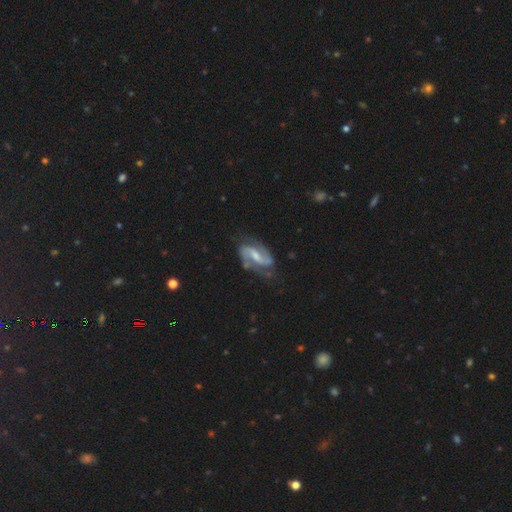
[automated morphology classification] A featured or disk galaxy (87%) with a weak bar (46%), 2 (92%) medium (51%) spiral arms (97%) and a small central bulge (43%).

Vote fractions:
- Smooth or featured? featured or disk: 87% / smooth: 8% / star or artifact: 5%
- Edge-on disk? no: 97% / yes: 3%
- Bar? weak: 46% / strong: 35% / no: 19%
- Spiral arms? yes: 97% / no: 3%
- Spiral winding? medium: 51% / loose: 29% / tight: 20%
- Spiral arm count? 2: 92% / can't tell: 3% / 1: 2% / 3: 1% / 4: 1% / more than 4: 1%
- Bulge size? small: 43% / moderate: 42% / none: 10% / large: 4% / dominant: 1%
- Merging? none: 69% / minor disturbance: 20% / major disturbance: 8% / merger: 3%